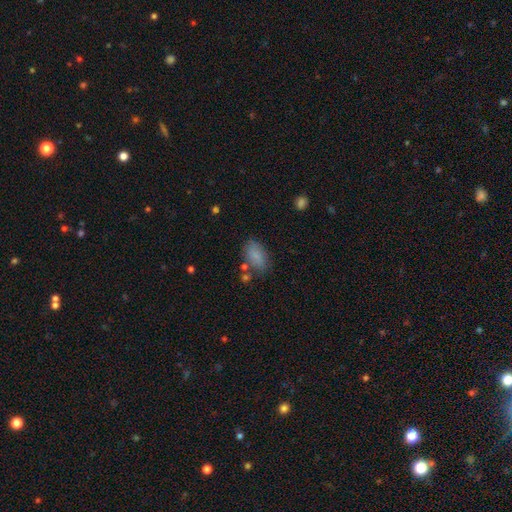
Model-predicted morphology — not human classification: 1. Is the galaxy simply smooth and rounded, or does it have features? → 84% smooth, 9% star or artifact, 8% featured or disk.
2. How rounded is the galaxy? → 91% in between, 7% round, 3% cigar-shaped.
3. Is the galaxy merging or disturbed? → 71% none, 18% minor disturbance, 6% merger, 6% major disturbance.